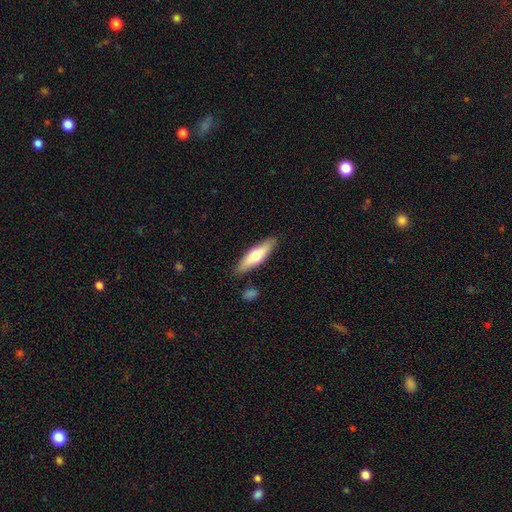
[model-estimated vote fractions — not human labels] A smooth galaxy with no disk features (59%) that is cigar-shaped (63%). Merging: none (85%).